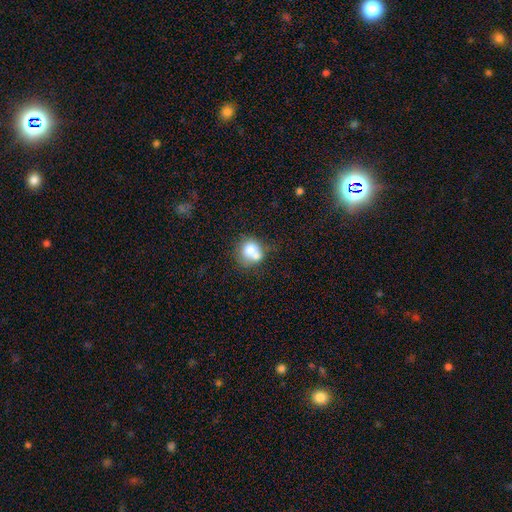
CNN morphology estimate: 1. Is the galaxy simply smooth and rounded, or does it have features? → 70% smooth, 19% featured or disk, 11% star or artifact.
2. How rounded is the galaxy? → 83% round, 16% in between, 1% cigar-shaped.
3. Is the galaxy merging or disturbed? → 45% none, 39% merger, 12% minor disturbance, 5% major disturbance.